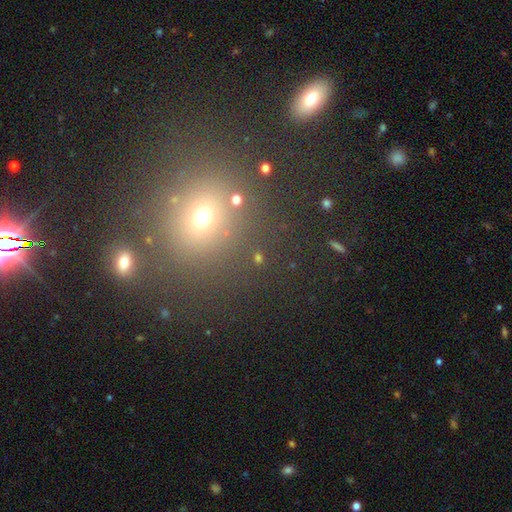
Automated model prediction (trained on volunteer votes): Smooth or featured?
  - smooth: 56% *
  - star or artifact: 34%
  - featured or disk: 10%
How rounded?
  - round: 80% *
  - in between: 18%
  - cigar-shaped: 2%
Merging?
  - none: 80% *
  - minor disturbance: 9%
  - merger: 7%
  - major disturbance: 4%